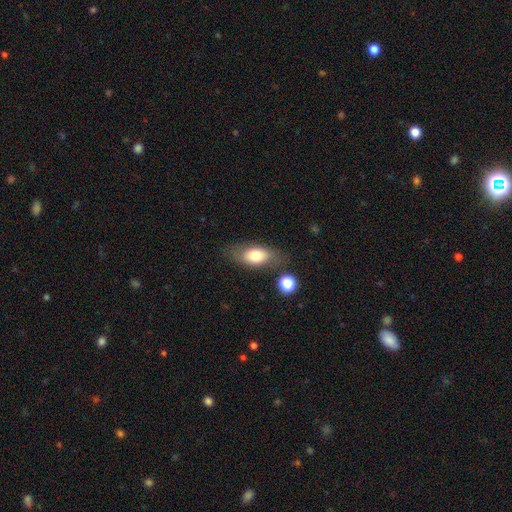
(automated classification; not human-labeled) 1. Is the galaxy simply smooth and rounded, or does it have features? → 72% smooth, 20% featured or disk, 8% star or artifact.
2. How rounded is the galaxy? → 83% in between, 10% cigar-shaped, 8% round.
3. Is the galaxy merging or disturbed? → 71% none, 17% minor disturbance, 6% major disturbance, 6% merger.